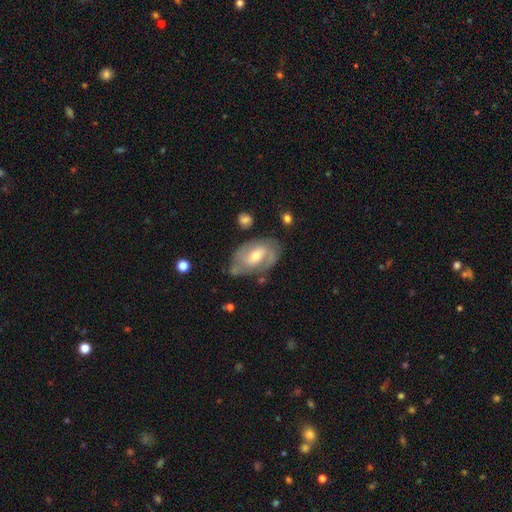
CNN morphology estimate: A featured or disk galaxy (75%) with a weak bar (49%), 2 (58%) tight (43%) spiral arms (86%) and a moderate central bulge (58%).

Vote fractions:
- Smooth or featured? featured or disk: 75% / smooth: 19% / star or artifact: 6%
- Edge-on disk? no: 95% / yes: 5%
- Bar? weak: 49% / no: 32% / strong: 19%
- Spiral arms? yes: 86% / no: 14%
- Spiral winding? tight: 43% / medium: 41% / loose: 15%
- Spiral arm count? 2: 58% / can't tell: 23% / 1: 8% / 3: 8% / 4: 2% / more than 4: 2%
- Bulge size? moderate: 58% / small: 37% / large: 3% / none: 1% / dominant: 1%
- Merging? none: 59% / minor disturbance: 25% / major disturbance: 11% / merger: 5%